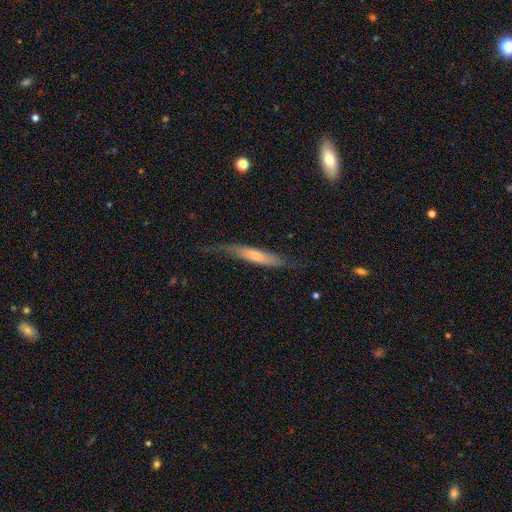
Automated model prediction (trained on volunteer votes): smooth 56%, featured or disk 38%, star or artifact 6%. Down the decision tree: how rounded — cigar-shaped (89%); merging — none (58%).